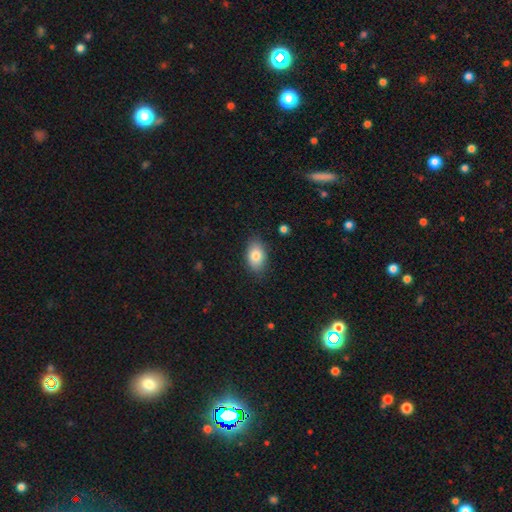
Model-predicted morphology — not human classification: The model was most divided on "smooth or featured": smooth: 82%, featured or disk: 11%, star or artifact: 8%. More confident: how rounded — in between (88%); merging — none (84%).